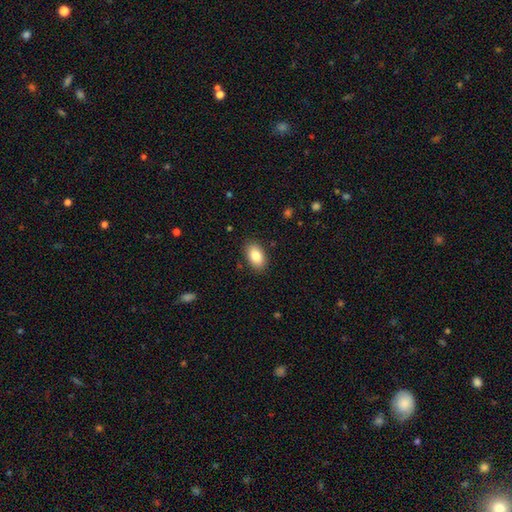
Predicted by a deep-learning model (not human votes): Morphology: type=smooth (86%); roundness=in between (92%); merging=none (87%).